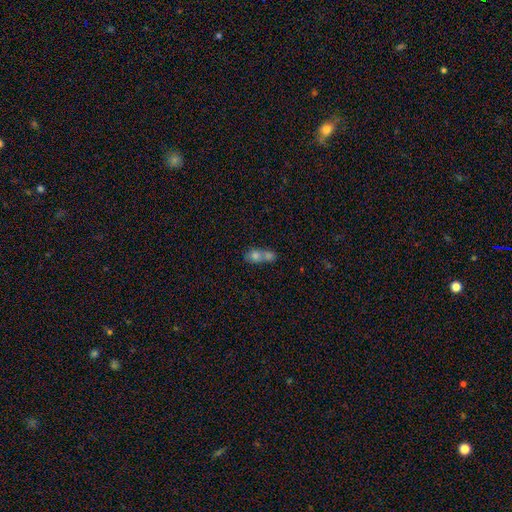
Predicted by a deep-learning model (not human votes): The model was most divided on "how rounded": round: 50%, in between: 47%, cigar-shaped: 3%. More confident: smooth or featured — smooth (72%); merging — merger (71%).